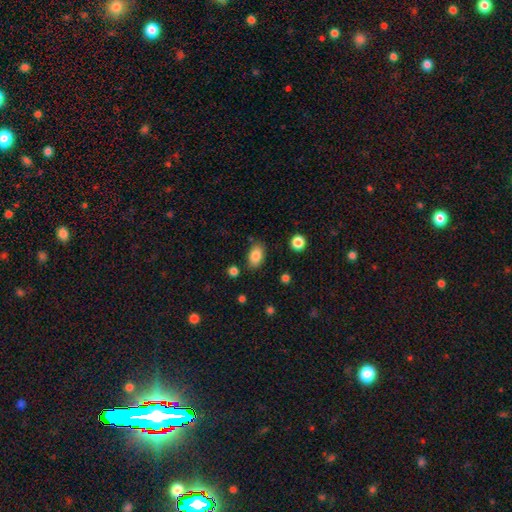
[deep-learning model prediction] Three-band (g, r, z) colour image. It shows a smooth galaxy with no disk features (85%) that is in between round and cigar-shaped (88%). Merging: none (81%).